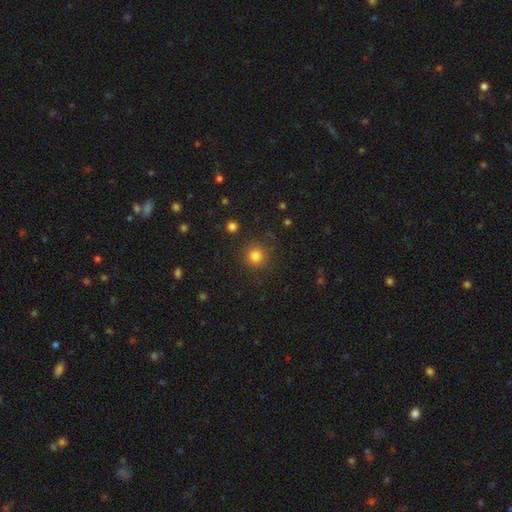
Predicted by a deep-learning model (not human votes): smooth 81%, star or artifact 14%, featured or disk 5%. Down the decision tree: how rounded — round (94%); merging — none (88%).